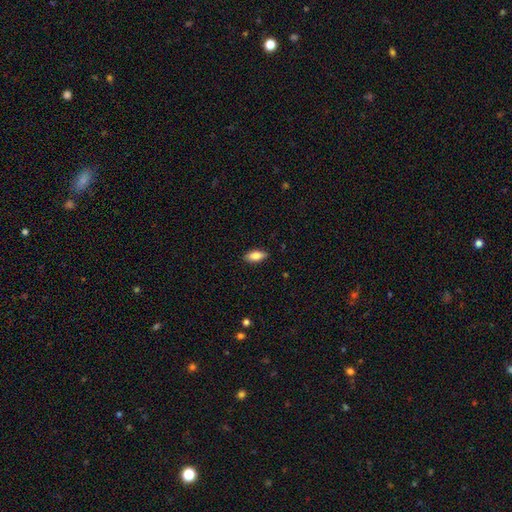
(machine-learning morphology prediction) This appears to be a smooth galaxy with no disk features (85%) that is in between round and cigar-shaped (86%). Merging: none (87%).